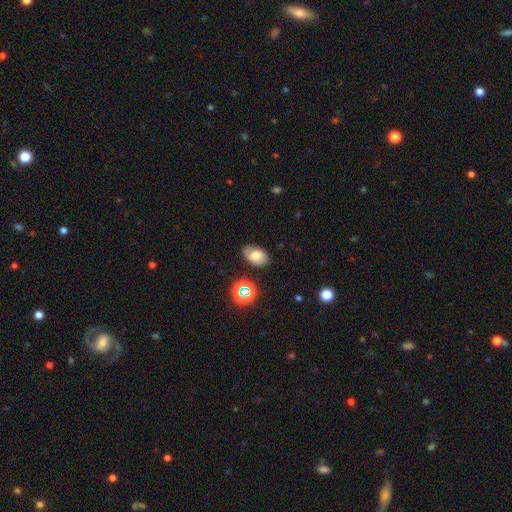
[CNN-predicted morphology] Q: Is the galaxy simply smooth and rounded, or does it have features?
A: smooth — 64%.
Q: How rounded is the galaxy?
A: in between — 87%.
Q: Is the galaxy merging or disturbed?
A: none — 75%.